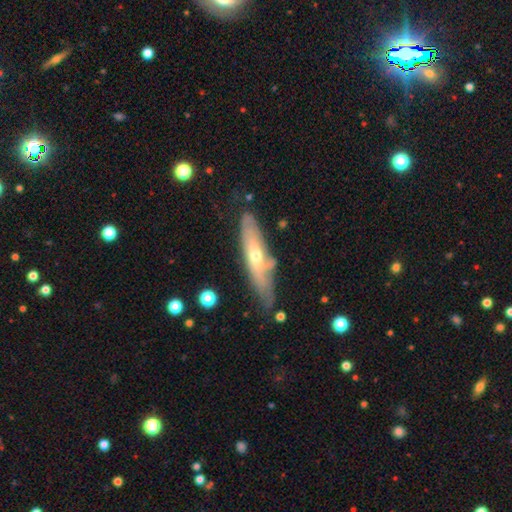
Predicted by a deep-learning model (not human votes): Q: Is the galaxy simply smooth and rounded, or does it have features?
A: featured or disk — 61%.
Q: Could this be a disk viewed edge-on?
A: yes — 62%.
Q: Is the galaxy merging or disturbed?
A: none — 68%.